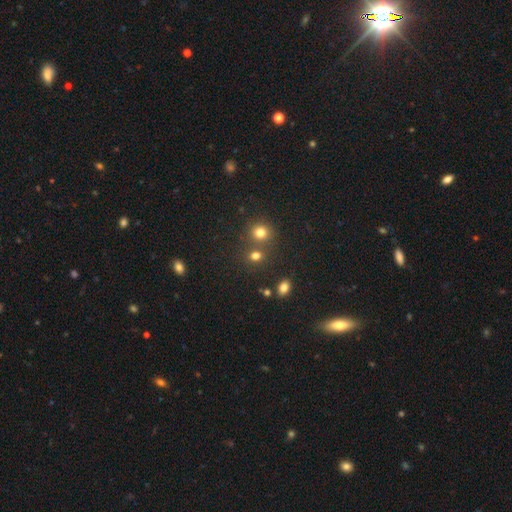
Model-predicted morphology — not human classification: Q: Smooth or featured?
A: smooth (75%); runner-up: star or artifact (18%)
Q: How rounded?
A: round (69%); runner-up: in between (30%)
Q: Merging?
A: none (62%); runner-up: merger (26%)